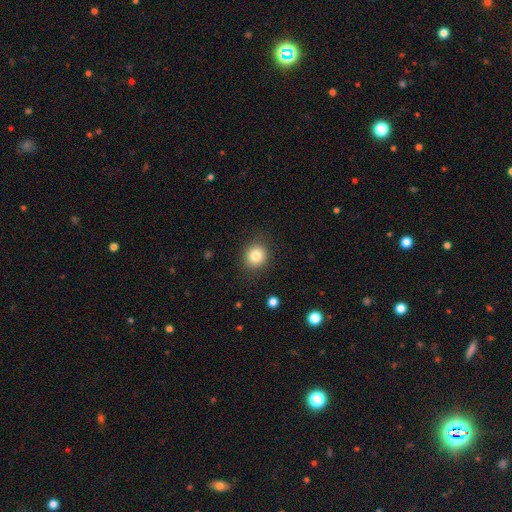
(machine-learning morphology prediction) Smooth or featured?
  - smooth: 82% *
  - star or artifact: 11%
  - featured or disk: 7%
How rounded?
  - round: 86% *
  - in between: 14%
  - cigar-shaped: 1%
Merging?
  - none: 87% *
  - minor disturbance: 9%
  - major disturbance: 3%
  - merger: 1%